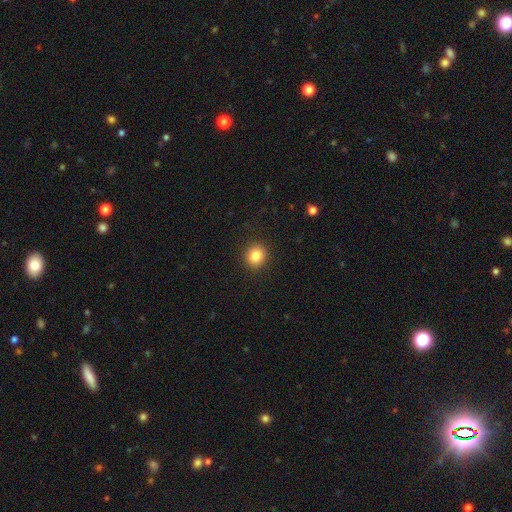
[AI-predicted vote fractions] Smooth or featured: smooth — 83% (star or artifact — 11%)
How rounded: round — 85% (in between — 15%)
Merging: none — 92% (minor disturbance — 6%)